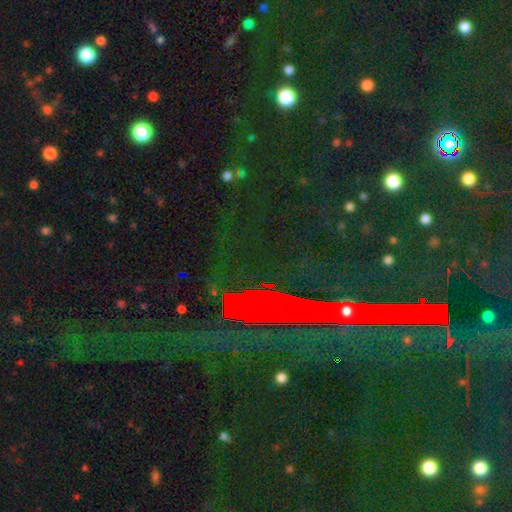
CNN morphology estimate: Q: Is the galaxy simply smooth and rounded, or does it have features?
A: star or artifact — 79%.